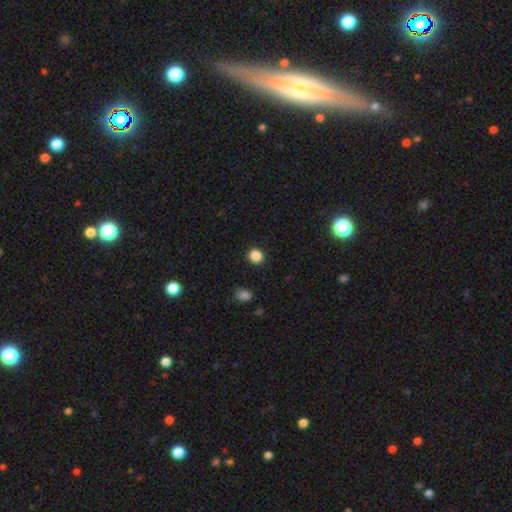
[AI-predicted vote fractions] Morphology: type=smooth (86%); roundness=round (76%); merging=none (90%).